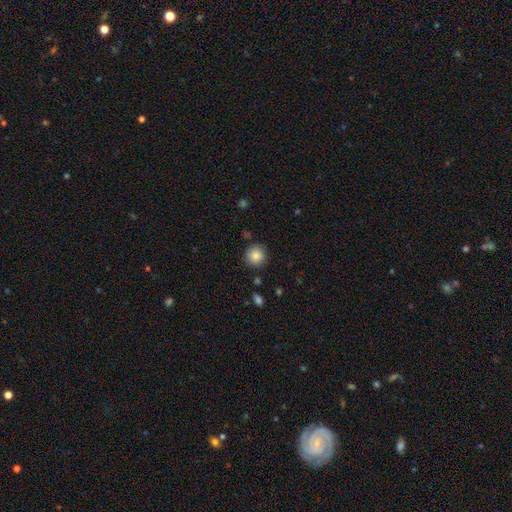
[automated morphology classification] smooth-or-featured: smooth: 86% | star or artifact: 9% | featured or disk: 5%
  how-rounded: round: 93% | in between: 6% | cigar-shaped: 1%
  merging: none: 88% | minor disturbance: 8% | major disturbance: 2% | merger: 2%